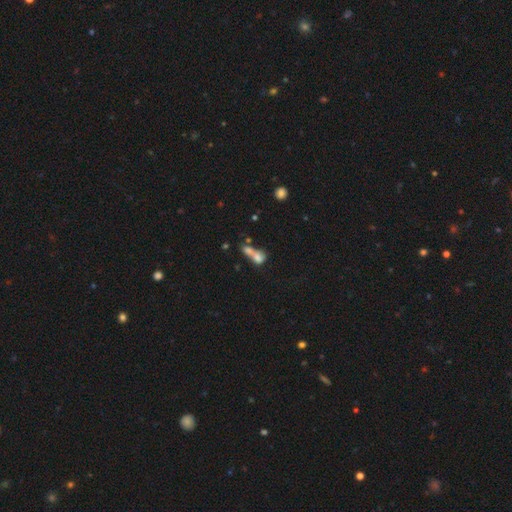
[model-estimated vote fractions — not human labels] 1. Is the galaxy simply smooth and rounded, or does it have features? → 67% smooth, 21% featured or disk, 12% star or artifact.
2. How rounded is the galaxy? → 56% in between, 33% round, 11% cigar-shaped.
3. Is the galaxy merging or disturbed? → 68% merger, 17% none, 7% major disturbance, 7% minor disturbance.